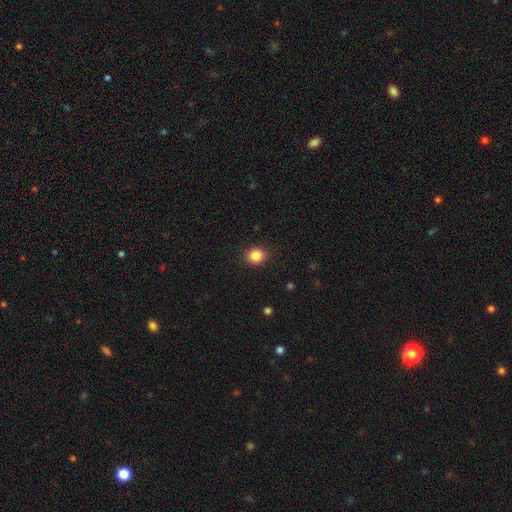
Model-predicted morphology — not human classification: Smooth or featured? smooth (85%)
How rounded? round (76%)
Merging? none (90%)